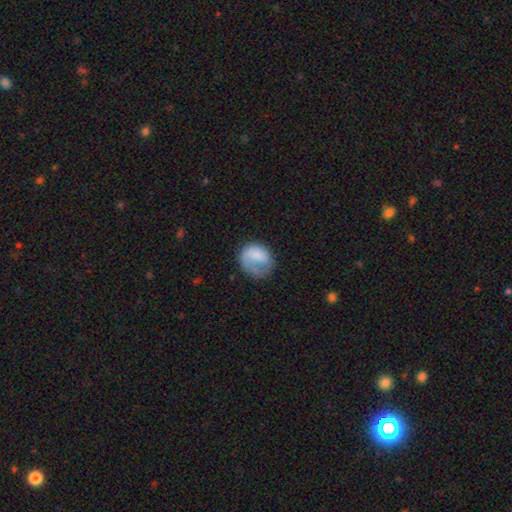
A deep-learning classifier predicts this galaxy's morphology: Smooth or featured? Predicted: smooth (p=0.65). How rounded? Predicted: round (p=0.65). Merging? Predicted: none (p=0.42).